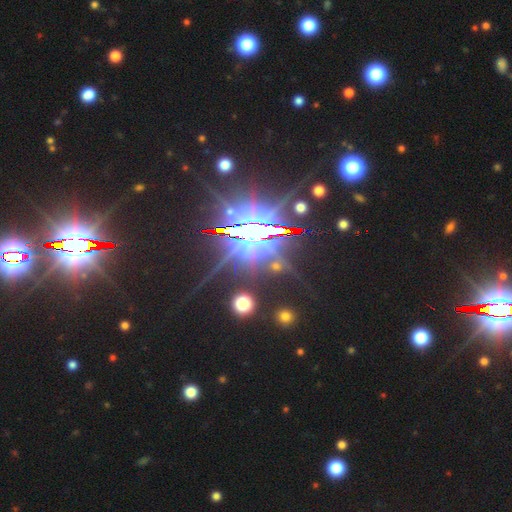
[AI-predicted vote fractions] Smooth or featured? star or artifact (85%)